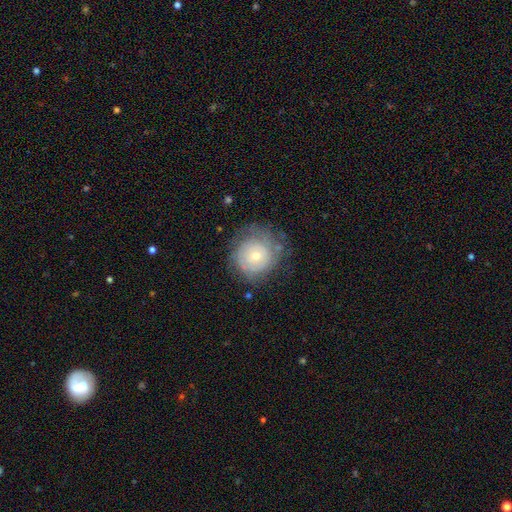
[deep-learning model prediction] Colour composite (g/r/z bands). It shows a featured or disk galaxy (53%) with no bar (83%), spiral arms (73%) and a small central bulge (58%). Merging: none (66%).